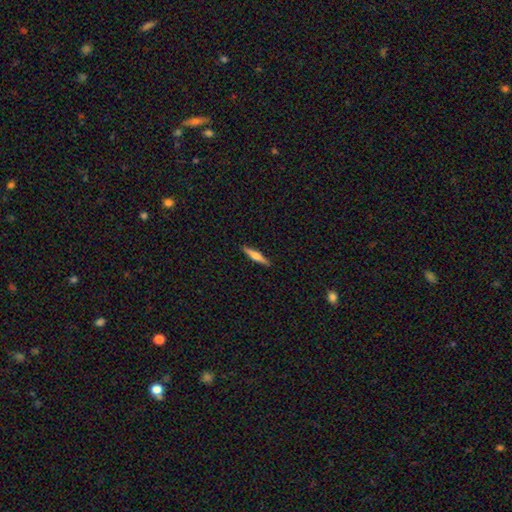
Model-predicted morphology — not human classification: This is possibly a featured or disk galaxy (48%). Merging: clearly none (91%).